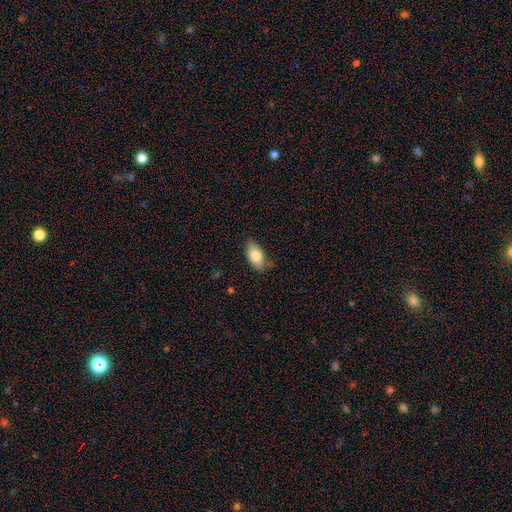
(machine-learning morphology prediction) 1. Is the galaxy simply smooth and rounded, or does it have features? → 79% smooth, 14% featured or disk, 7% star or artifact.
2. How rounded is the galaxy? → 91% in between, 5% cigar-shaped, 4% round.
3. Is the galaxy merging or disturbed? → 80% none, 16% minor disturbance, 3% major disturbance, 1% merger.